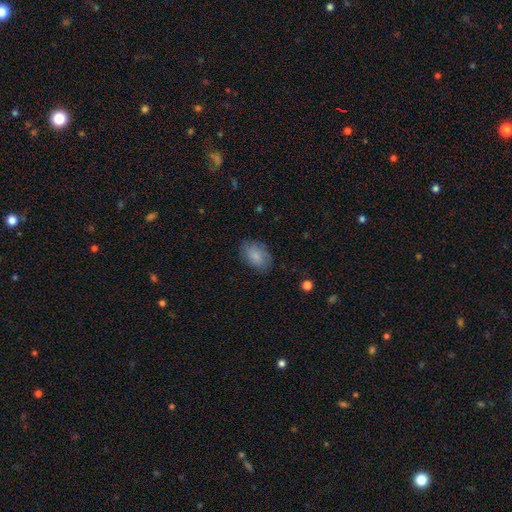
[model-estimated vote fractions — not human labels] Morphology: type=smooth (80%); roundness=in between (87%); merging=none (77%).